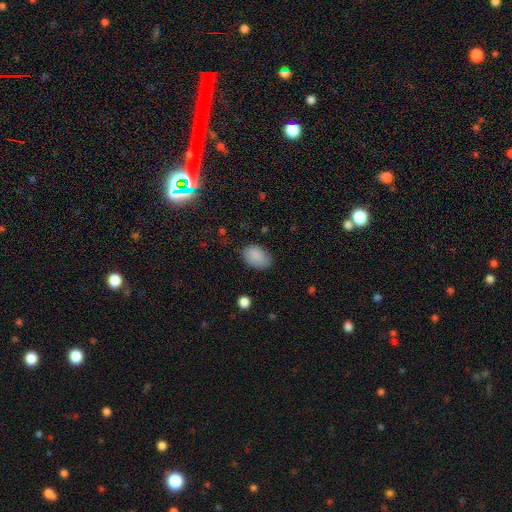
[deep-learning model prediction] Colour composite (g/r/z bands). It shows a smooth galaxy with no disk features (87%) that is in between round and cigar-shaped (86%). Merging: none (74%).